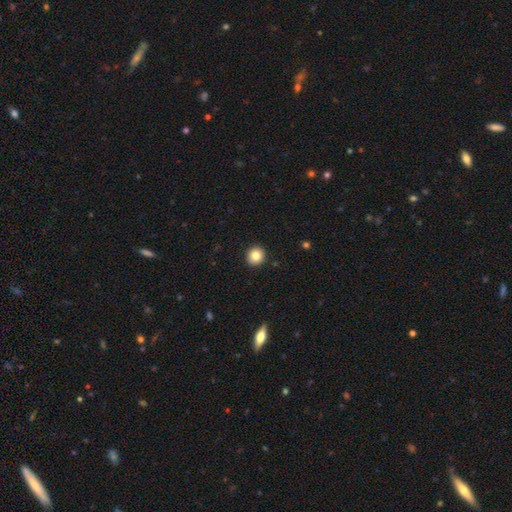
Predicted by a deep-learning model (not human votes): Smooth or featured? Predicted: smooth (p=0.83). How rounded? Predicted: round (p=0.90). Merging? Predicted: none (p=0.93).